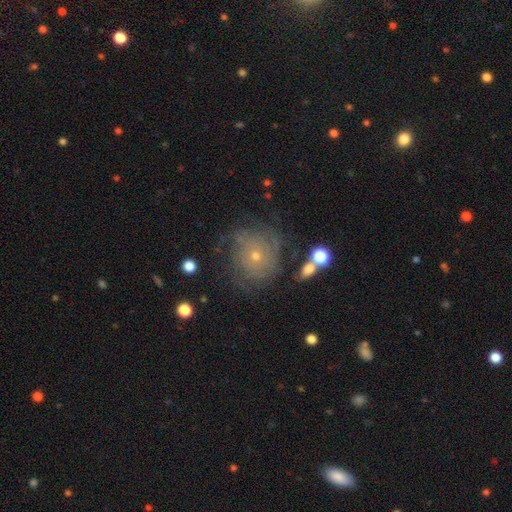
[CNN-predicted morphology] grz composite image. It shows a featured or disk galaxy (59%) with no bar (87%), spiral arms (74%) and a small central bulge (67%). Merging: none (61%).